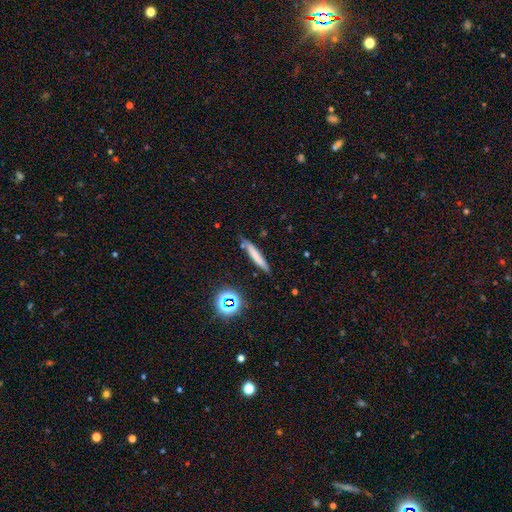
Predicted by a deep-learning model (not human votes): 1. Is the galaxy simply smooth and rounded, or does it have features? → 67% smooth, 21% featured or disk, 12% star or artifact.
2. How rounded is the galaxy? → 92% cigar-shaped, 6% in between, 2% round.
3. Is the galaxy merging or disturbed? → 78% none, 15% minor disturbance, 3% merger, 3% major disturbance.